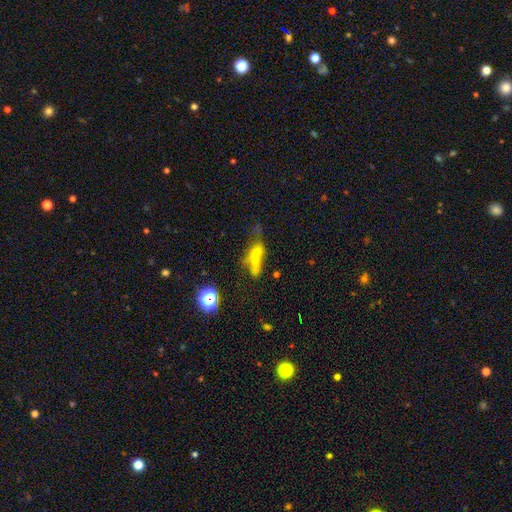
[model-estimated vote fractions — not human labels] Smooth or featured?
  - smooth: 54% *
  - featured or disk: 28%
  - star or artifact: 18%
How rounded?
  - in between: 56% *
  - round: 32%
  - cigar-shaped: 12%
Merging?
  - merger: 60% *
  - none: 21%
  - major disturbance: 10%
  - minor disturbance: 9%